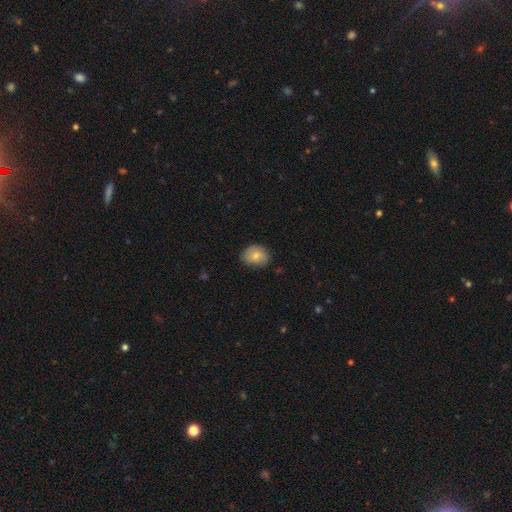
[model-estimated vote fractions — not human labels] The model was most divided on "how rounded": in between: 51%, round: 48%, cigar-shaped: 1%. More confident: smooth or featured — smooth (78%); merging — none (75%).